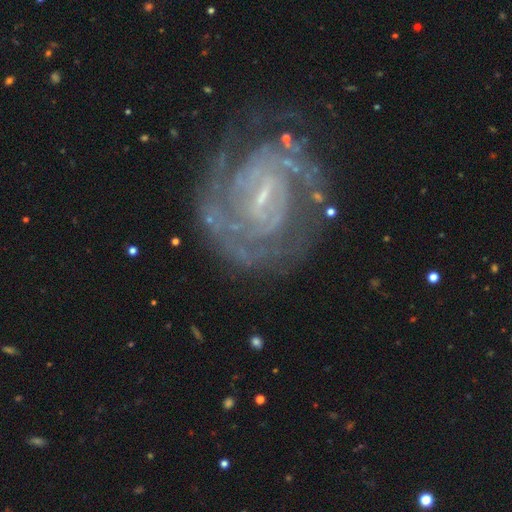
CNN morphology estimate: Q: Smooth or featured?
A: featured or disk (86%); runner-up: star or artifact (8%)
Q: Edge-on disk?
A: no (97%); runner-up: yes (3%)
Q: Bar?
A: weak (48%); runner-up: strong (28%)
Q: Spiral arms?
A: yes (95%); runner-up: no (5%)
Q: Spiral winding?
A: tight (69%); runner-up: medium (26%)
Q: Spiral arm count?
A: 2 (39%); runner-up: can't tell (27%)
Q: Bulge size?
A: small (73%); runner-up: none (15%)
Q: Merging?
A: none (75%); runner-up: minor disturbance (15%)